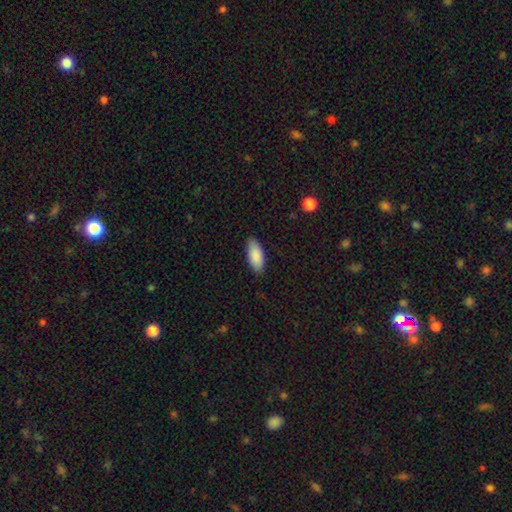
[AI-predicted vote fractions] A smooth galaxy with no disk features (89%) that is in between round and cigar-shaped (86%).

Vote fractions:
- Smooth or featured? smooth: 89% / star or artifact: 6% / featured or disk: 6%
- How rounded? in between: 86% / cigar-shaped: 12% / round: 2%
- Merging? none: 86% / minor disturbance: 11% / major disturbance: 2% / merger: 1%